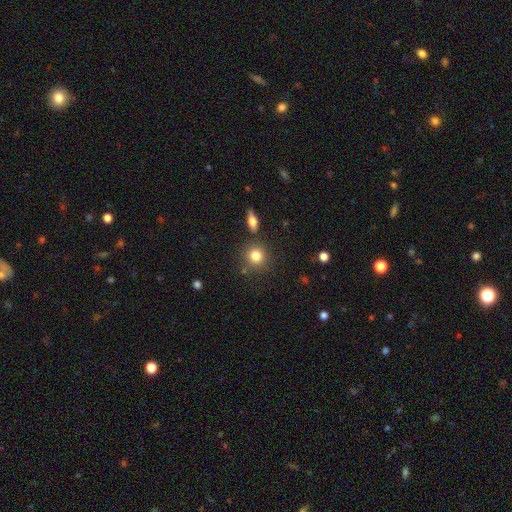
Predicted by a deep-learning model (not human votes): Morphology: type=smooth (81%); roundness=round (88%); merging=none (80%).